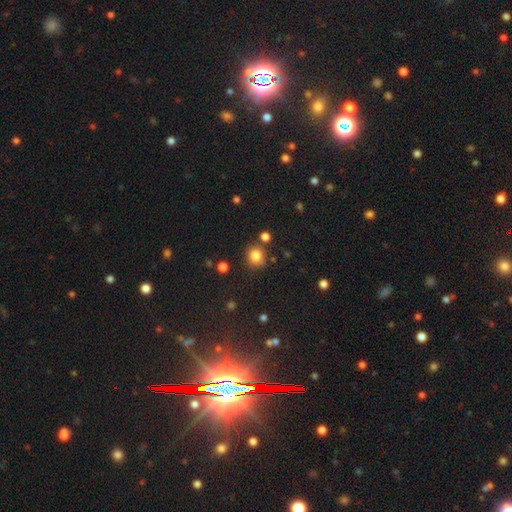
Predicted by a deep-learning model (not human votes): Smooth or featured? Predicted: smooth (p=0.82). How rounded? Predicted: round (p=0.83). Merging? Predicted: none (p=0.77).